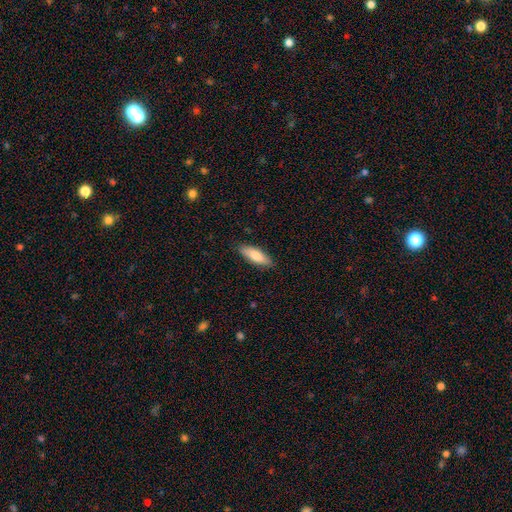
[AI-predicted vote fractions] Q: Smooth or featured?
A: smooth (81%); runner-up: featured or disk (14%)
Q: How rounded?
A: in between (60%); runner-up: cigar-shaped (38%)
Q: Merging?
A: none (87%); runner-up: minor disturbance (10%)